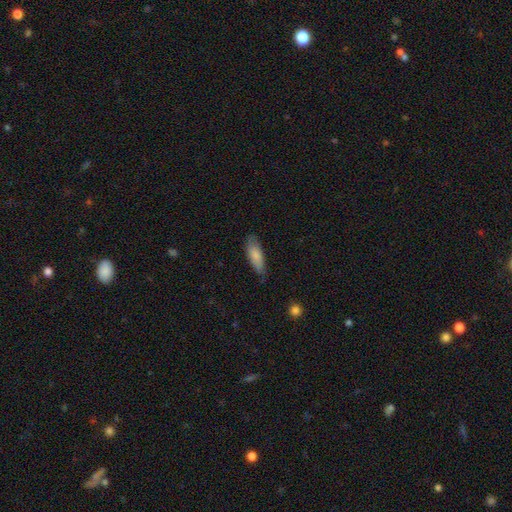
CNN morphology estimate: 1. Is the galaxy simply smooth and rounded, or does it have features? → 80% smooth, 14% featured or disk, 6% star or artifact.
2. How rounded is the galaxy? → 66% in between, 32% cigar-shaped, 2% round.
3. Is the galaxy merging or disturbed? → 72% none, 23% minor disturbance, 4% major disturbance, 1% merger.